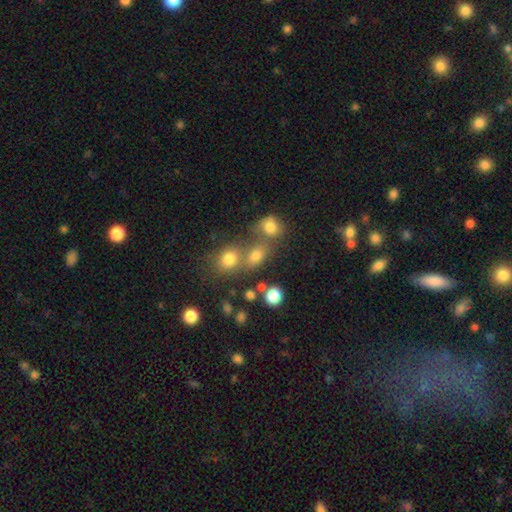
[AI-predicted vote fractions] Overall: smooth (73%). How rounded: round (50%; in between 47%). Merging: none (46%; merger 39%).